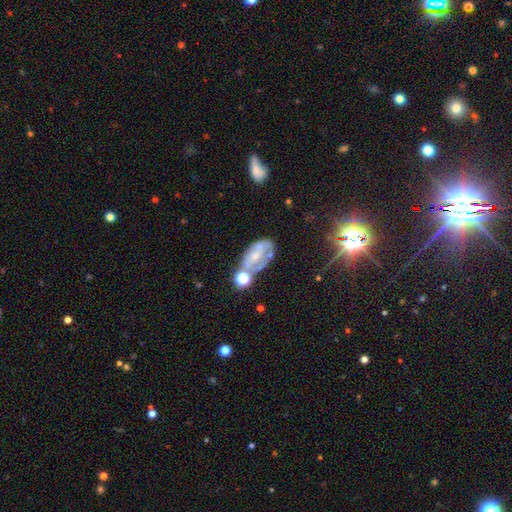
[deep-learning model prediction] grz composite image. It shows a featured or disk galaxy (56%) with no bar (73%), no spiral arms (57%) and a small central bulge (57%). Merging: none (35%).